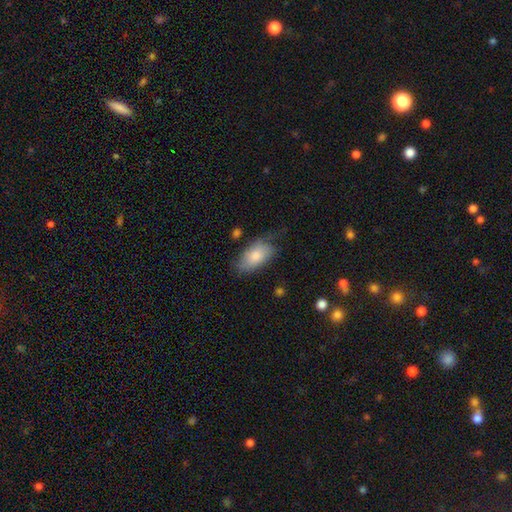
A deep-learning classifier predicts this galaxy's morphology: smooth-or-featured: smooth: 77% | featured or disk: 17% | star or artifact: 6%
  how-rounded: in between: 93% | cigar-shaped: 3% | round: 3%
  merging: none: 56% | minor disturbance: 30% | major disturbance: 12% | merger: 2%